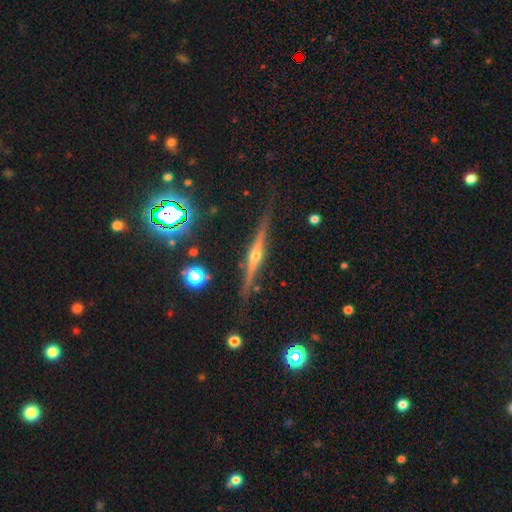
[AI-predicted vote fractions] The model was most divided on "smooth or featured": featured or disk: 83%, smooth: 9%, star or artifact: 8%. More confident: edge-on disk — yes (98%); edge-on bulge — rounded (94%); merging — none (87%).